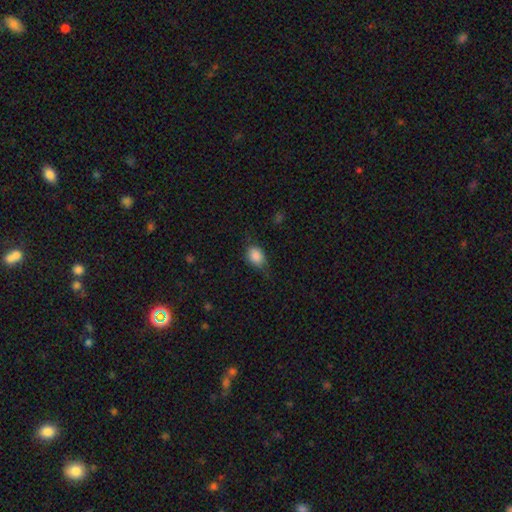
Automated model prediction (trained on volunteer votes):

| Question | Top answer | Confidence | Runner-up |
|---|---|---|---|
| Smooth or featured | smooth | 85% | star or artifact (9%) |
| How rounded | in between | 63% | round (36%) |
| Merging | none | 65% | minor disturbance (26%) |